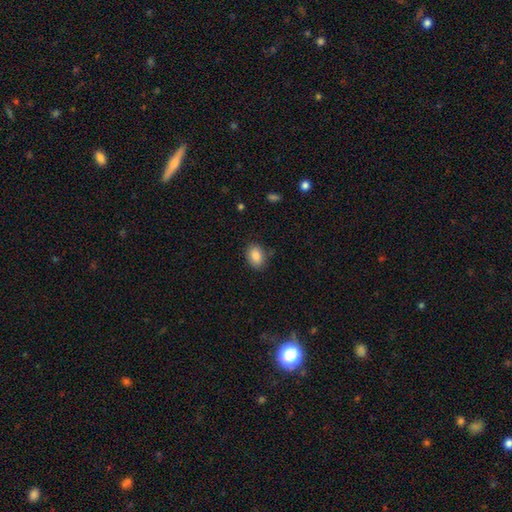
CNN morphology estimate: Q: Smooth or featured?
A: smooth (86%); runner-up: star or artifact (8%)
Q: How rounded?
A: in between (79%); runner-up: round (19%)
Q: Merging?
A: none (81%); runner-up: minor disturbance (14%)